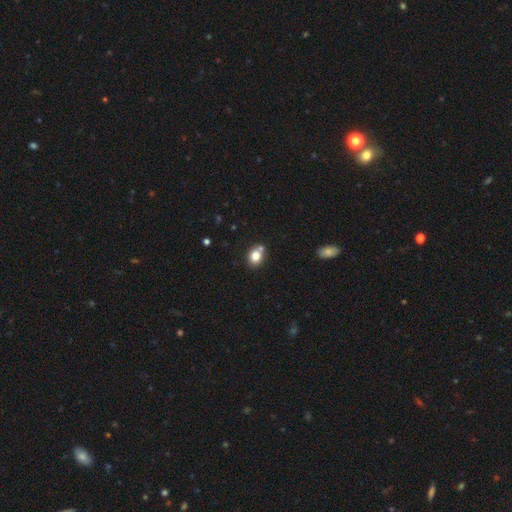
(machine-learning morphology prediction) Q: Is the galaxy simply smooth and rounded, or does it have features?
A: smooth — 81%.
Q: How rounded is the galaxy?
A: round — 56%.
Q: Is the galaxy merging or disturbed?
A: none — 65%.